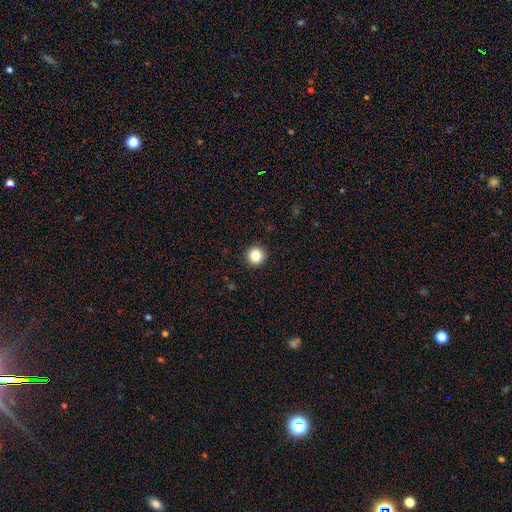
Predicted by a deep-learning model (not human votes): smooth_or_featured: smooth (p=0.84) [alt: star or artifact p=0.11]
how_rounded: round (p=0.95) [alt: in between p=0.04]
merging: none (p=0.93) [alt: minor disturbance p=0.04]